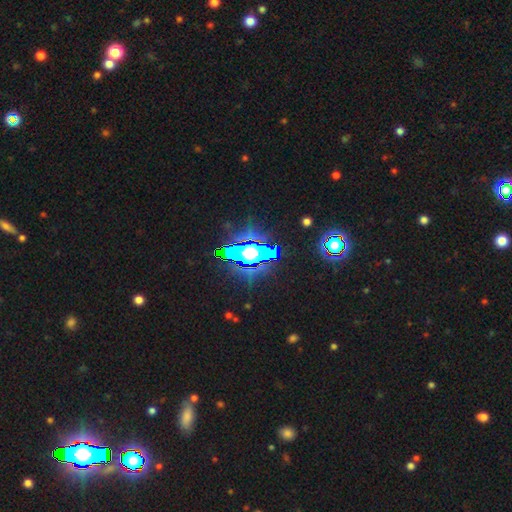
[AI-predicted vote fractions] Smooth or featured: star or artifact — 65% (featured or disk — 20%)